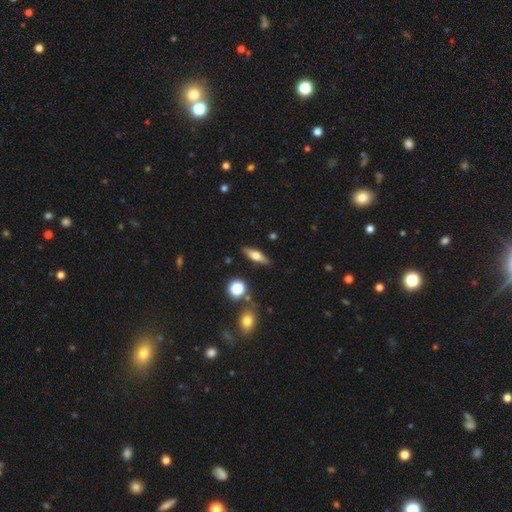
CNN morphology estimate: smooth_or_featured: smooth (p=0.53) [alt: featured or disk p=0.39]
how_rounded: in between (p=0.48) [alt: cigar-shaped p=0.47]
merging: none (p=0.85) [alt: minor disturbance p=0.10]